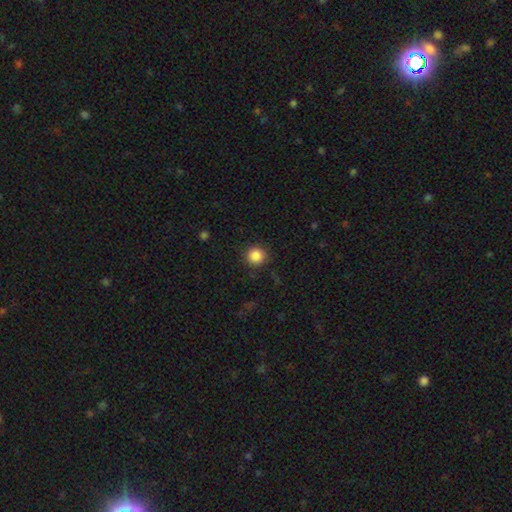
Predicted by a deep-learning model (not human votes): This appears to be a smooth galaxy with no disk features (86%) that is round (94%). Merging: none (89%).